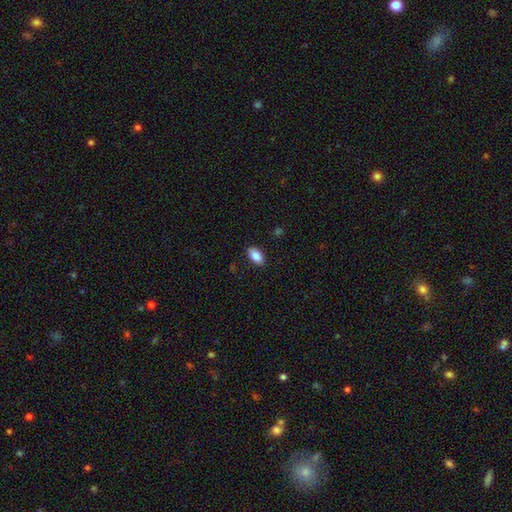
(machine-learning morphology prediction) Smooth or featured: smooth — 85% (featured or disk — 8%)
How rounded: in between — 93% (cigar-shaped — 4%)
Merging: none — 88% (minor disturbance — 9%)